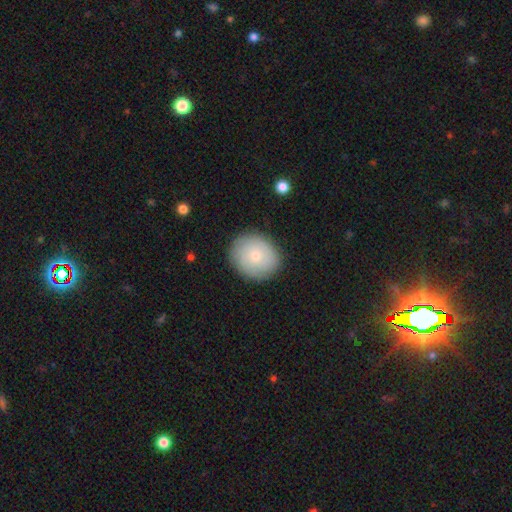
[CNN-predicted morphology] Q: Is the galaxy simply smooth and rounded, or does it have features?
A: smooth — 68%.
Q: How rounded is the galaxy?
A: round — 74%.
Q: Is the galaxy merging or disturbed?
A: none — 86%.